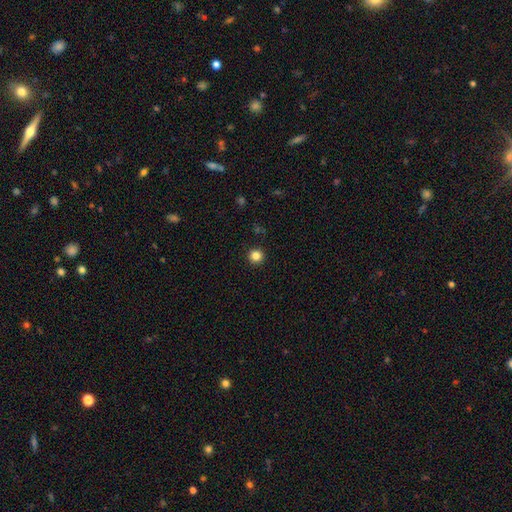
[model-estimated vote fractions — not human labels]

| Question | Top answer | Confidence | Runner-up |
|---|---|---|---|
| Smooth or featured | smooth | 84% | star or artifact (12%) |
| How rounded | round | 96% | in between (3%) |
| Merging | none | 93% | minor disturbance (4%) |